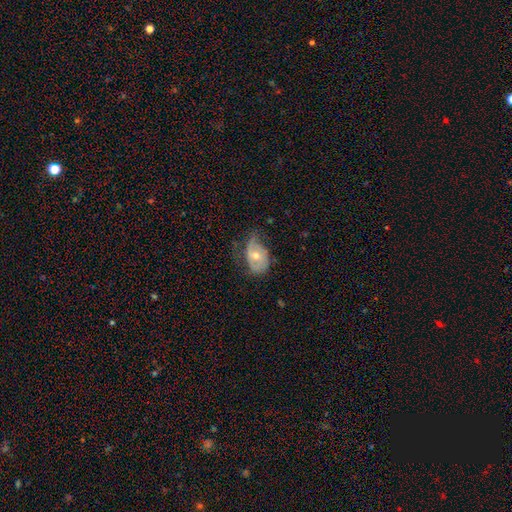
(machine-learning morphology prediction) type=featured or disk (63%); edge-on=no (95%); bar=no (70%); spiral arms=yes (73%); bulge=moderate (63%); merging=none (42%).